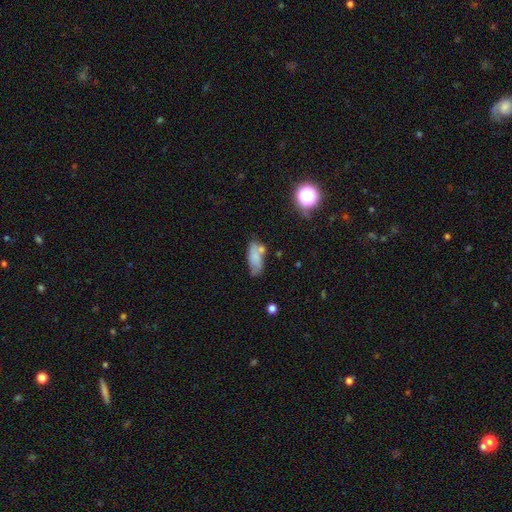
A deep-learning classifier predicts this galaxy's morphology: Smooth or featured: smooth — 71% (featured or disk — 19%)
How rounded: in between — 79% (cigar-shaped — 18%)
Merging: none — 52% (minor disturbance — 24%)